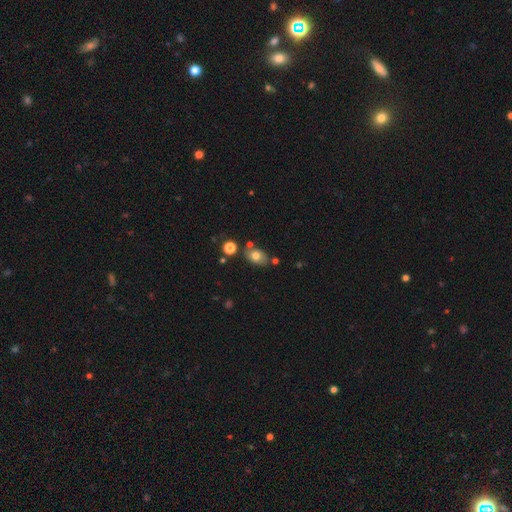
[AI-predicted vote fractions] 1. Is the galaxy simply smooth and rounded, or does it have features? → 75% smooth, 14% featured or disk, 11% star or artifact.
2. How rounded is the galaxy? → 77% in between, 22% round, 2% cigar-shaped.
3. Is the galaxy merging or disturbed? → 71% none, 14% minor disturbance, 11% merger, 4% major disturbance.